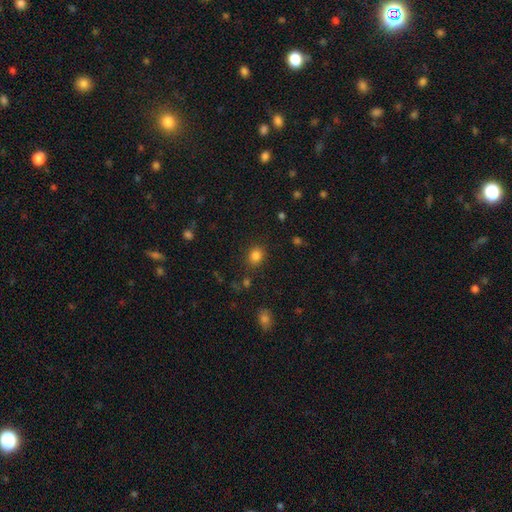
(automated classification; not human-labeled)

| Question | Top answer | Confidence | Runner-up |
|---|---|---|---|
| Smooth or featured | smooth | 83% | star or artifact (12%) |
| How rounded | round | 59% | in between (40%) |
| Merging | none | 84% | minor disturbance (10%) |